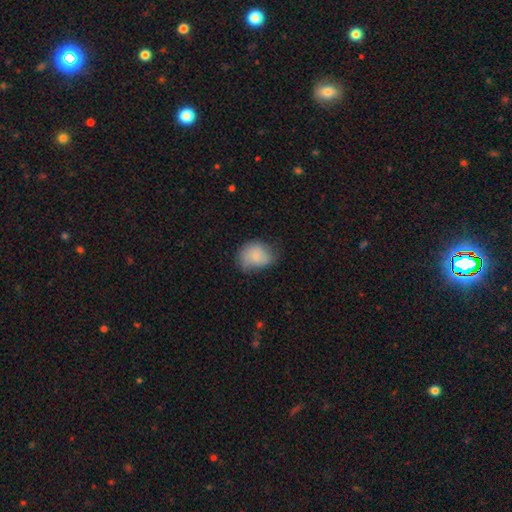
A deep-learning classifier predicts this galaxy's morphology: The model was most divided on "how rounded": in between: 53%, round: 46%, cigar-shaped: 1%. More confident: smooth or featured — smooth (81%); merging — none (52%).